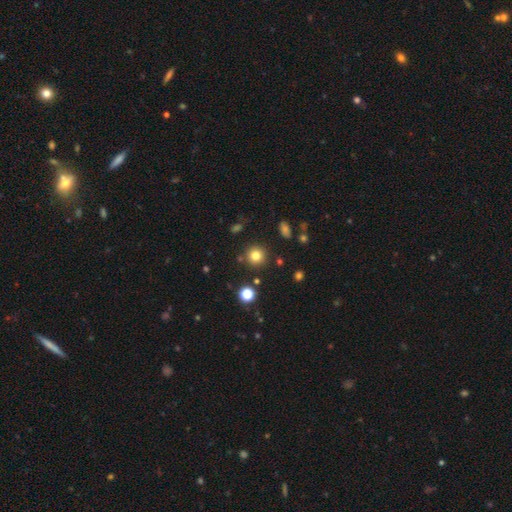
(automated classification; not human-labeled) smooth-or-featured: smooth: 79% | star or artifact: 14% | featured or disk: 7%
  how-rounded: round: 94% | in between: 5% | cigar-shaped: 1%
  merging: none: 87% | minor disturbance: 7% | merger: 4% | major disturbance: 3%